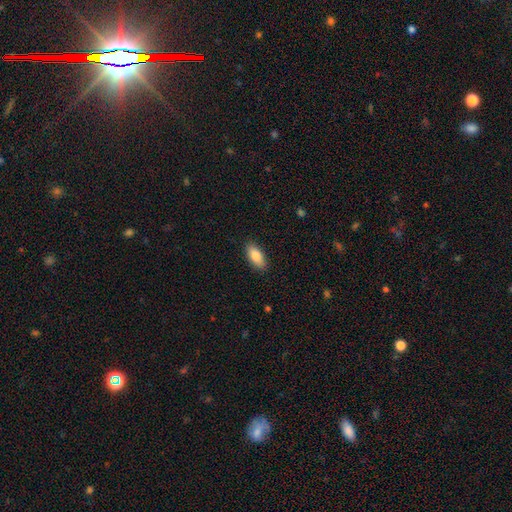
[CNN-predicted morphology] Smooth or featured?
  - smooth: 84% *
  - featured or disk: 9%
  - star or artifact: 6%
How rounded?
  - in between: 86% *
  - cigar-shaped: 11%
  - round: 2%
Merging?
  - none: 88% *
  - minor disturbance: 9%
  - major disturbance: 2%
  - merger: 1%